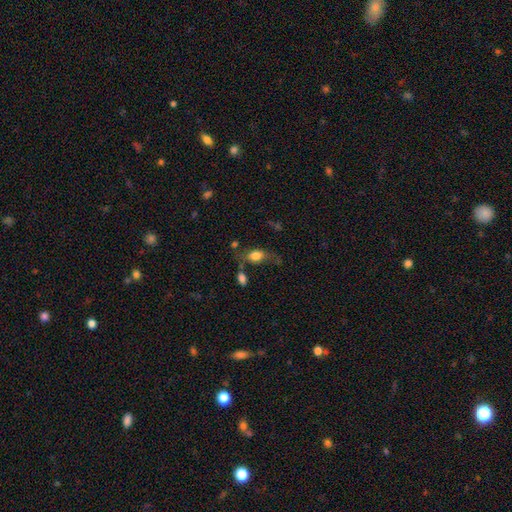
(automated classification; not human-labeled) A smooth galaxy with no disk features (73%) that is in between round and cigar-shaped (79%). Merging: none (53%).